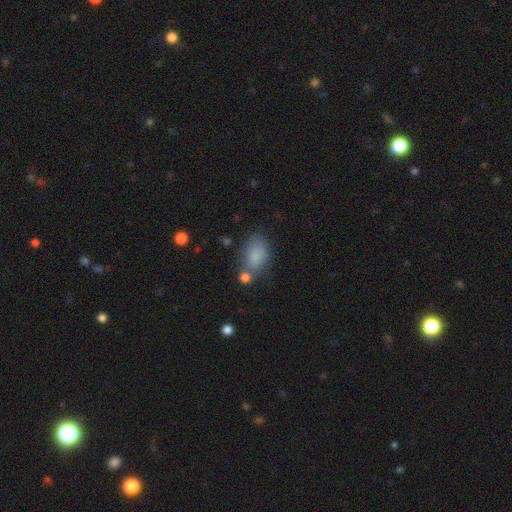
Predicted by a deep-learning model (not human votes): Morphology: type=smooth (84%); roundness=in between (88%); merging=none (59%).